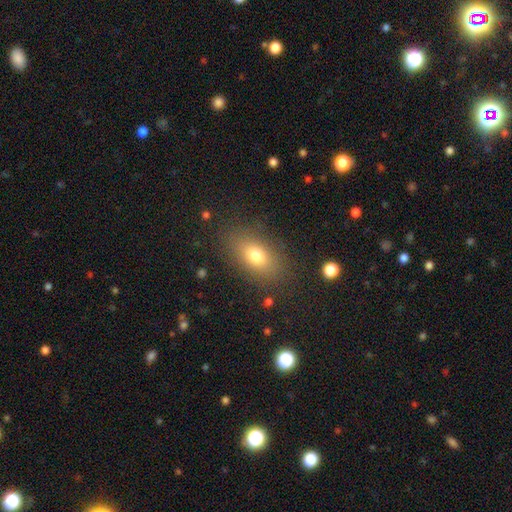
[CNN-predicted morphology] This appears to be a smooth galaxy with no disk features (75%) that is in between round and cigar-shaped (84%). Merging: none (84%).